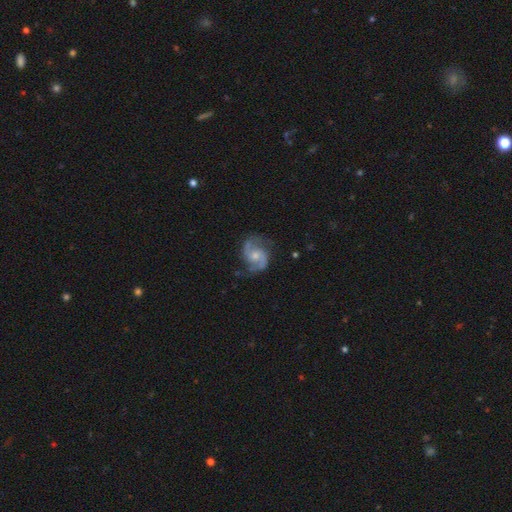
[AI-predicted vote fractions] This is clearly a featured or disk galaxy (88%). It is clearly not viewed edge-on (98%). Bar: possibly no (59%). Spiral arm pattern: clearly yes (97%). Spiral arm count: clearly 2 (93%). Spiral winding: possibly medium (55%). Central bulge: possibly moderate (49%). Merging: likely none (76%).